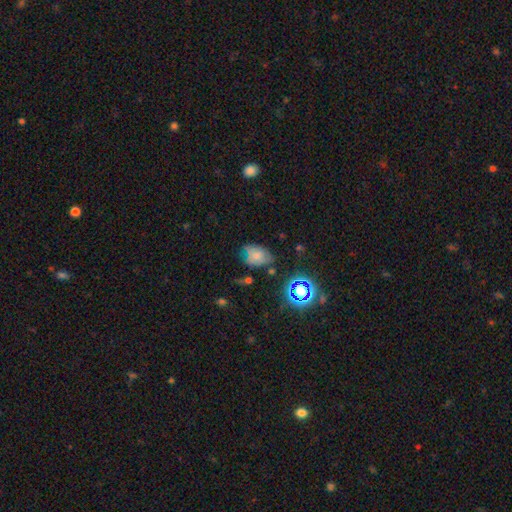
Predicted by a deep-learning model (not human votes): smooth_or_featured: smooth (p=0.58) [alt: featured or disk p=0.23]
how_rounded: in between (p=0.80) [alt: round p=0.18]
merging: none (p=0.49) [alt: minor disturbance p=0.32]